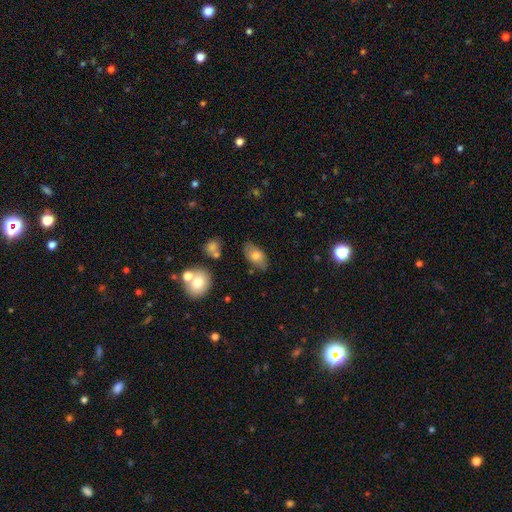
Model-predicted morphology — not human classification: smooth-or-featured: smooth: 72% | featured or disk: 20% | star or artifact: 8%
  how-rounded: in between: 92% | round: 5% | cigar-shaped: 3%
  merging: none: 73% | minor disturbance: 19% | major disturbance: 4% | merger: 4%